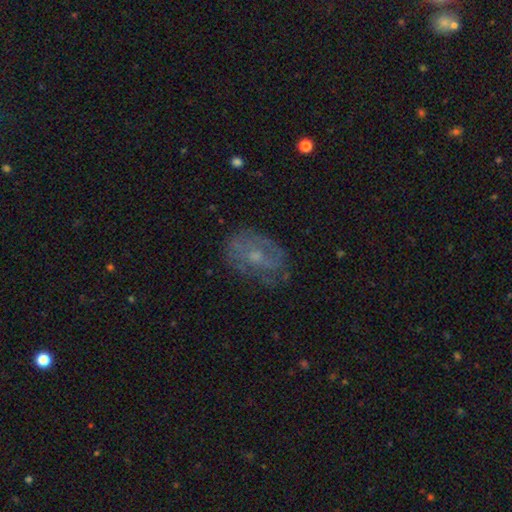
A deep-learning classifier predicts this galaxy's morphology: smooth-or-featured: featured or disk: 56% | smooth: 32% | star or artifact: 11%
  disk-edge-on: no: 95% | yes: 5%
    bar: no: 65% | weak: 30% | strong: 6%
    has-spiral-arms: yes: 59% | no: 41%
    bulge-size: small: 52% | moderate: 39% | none: 6% | large: 2% | dominant: 1%
  merging: none: 64% | minor disturbance: 22% | major disturbance: 12% | merger: 2%